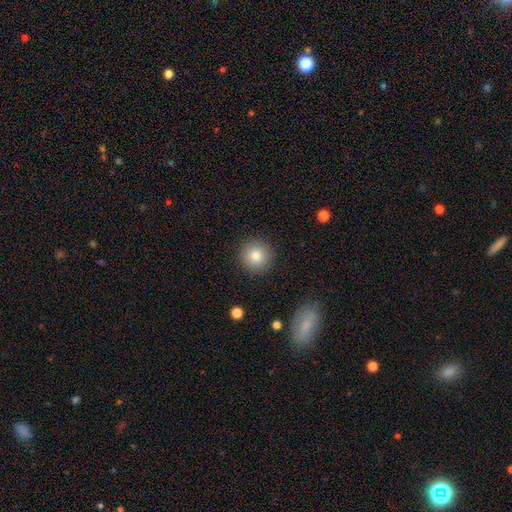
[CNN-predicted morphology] Smooth or featured?
  - smooth: 82% *
  - star or artifact: 10%
  - featured or disk: 8%
How rounded?
  - round: 95% *
  - in between: 4%
  - cigar-shaped: 1%
Merging?
  - none: 90% *
  - minor disturbance: 6%
  - major disturbance: 2%
  - merger: 1%